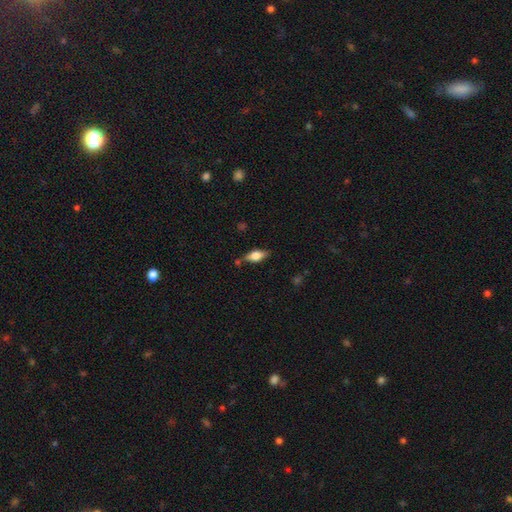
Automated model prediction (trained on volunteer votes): Morphology: type=smooth (58%); roundness=in between (79%); merging=none (74%).